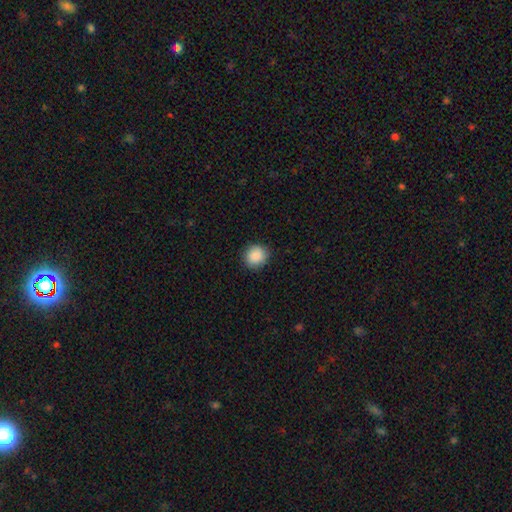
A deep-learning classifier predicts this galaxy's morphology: A smooth galaxy with no disk features (89%) that is round (85%). Merging: none (88%).